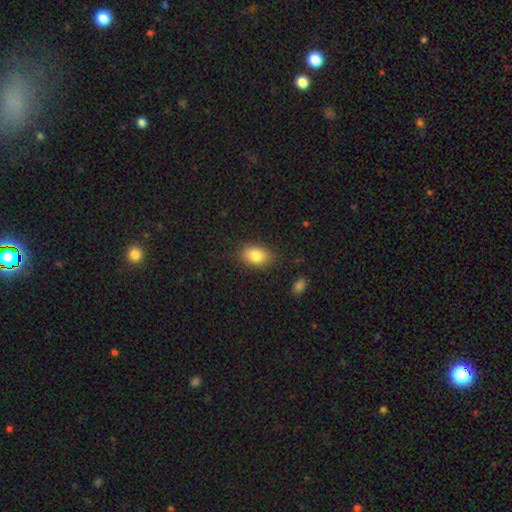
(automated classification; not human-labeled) Overall: smooth (83%). How rounded: in between (82%). Merging: none (85%).